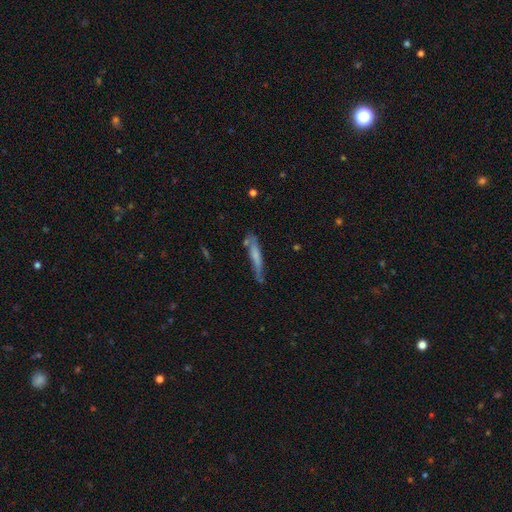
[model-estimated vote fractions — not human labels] A smooth galaxy with no disk features (57%) that is cigar-shaped (91%).

Vote fractions:
- Smooth or featured? smooth: 57% / featured or disk: 36% / star or artifact: 7%
- How rounded? cigar-shaped: 91% / in between: 8% / round: 1%
- Merging? none: 59% / minor disturbance: 25% / major disturbance: 8% / merger: 7%